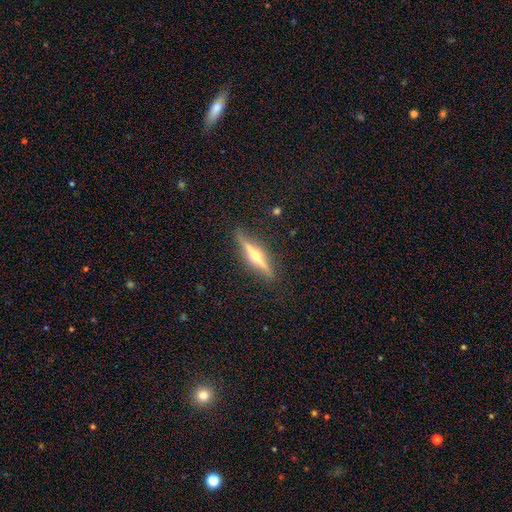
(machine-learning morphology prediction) This is likely a featured or disk galaxy (79%). It is clearly viewed edge-on (97%). Edge-on bulge: clearly rounded (94%). Merging: clearly none (88%).